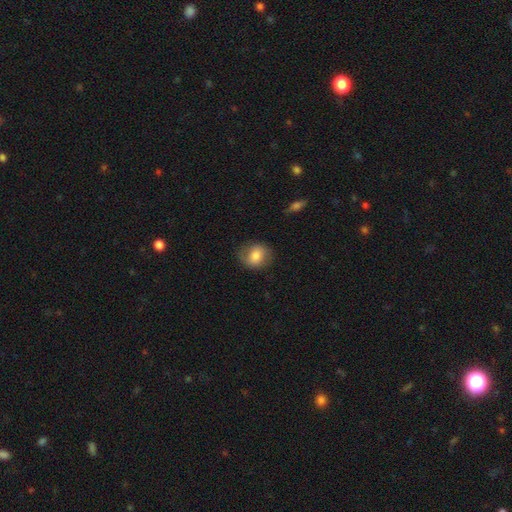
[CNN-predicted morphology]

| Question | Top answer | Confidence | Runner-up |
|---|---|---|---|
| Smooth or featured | smooth | 73% | featured or disk (19%) |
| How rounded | round | 60% | in between (39%) |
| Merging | none | 76% | minor disturbance (17%) |